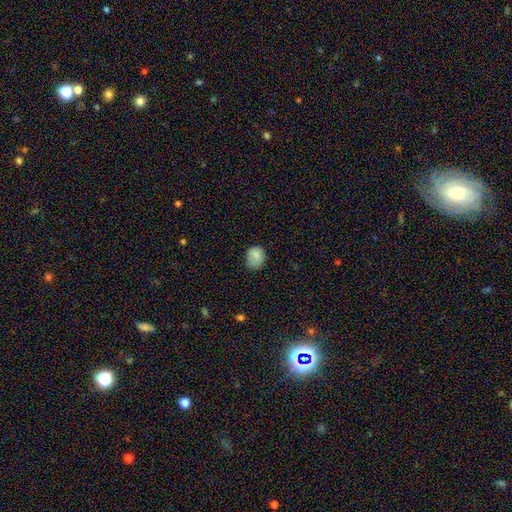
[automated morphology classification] smooth_or_featured: smooth (p=0.83) [alt: star or artifact p=0.09]
how_rounded: round (p=0.59) [alt: in between p=0.40]
merging: none (p=0.68) [alt: minor disturbance p=0.25]